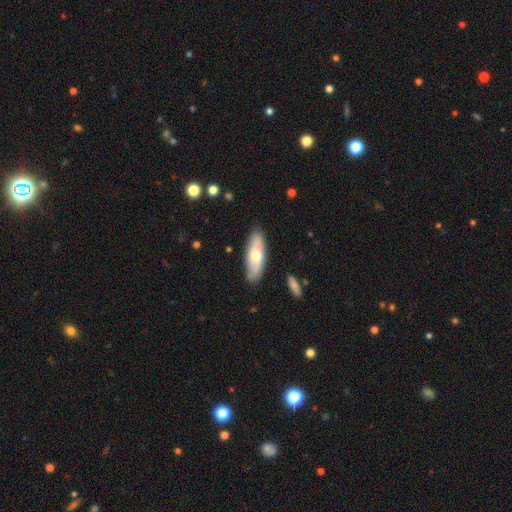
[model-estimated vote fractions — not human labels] This is possibly a smooth galaxy (60%). How rounded: likely in between (62%). Merging: clearly none (84%).